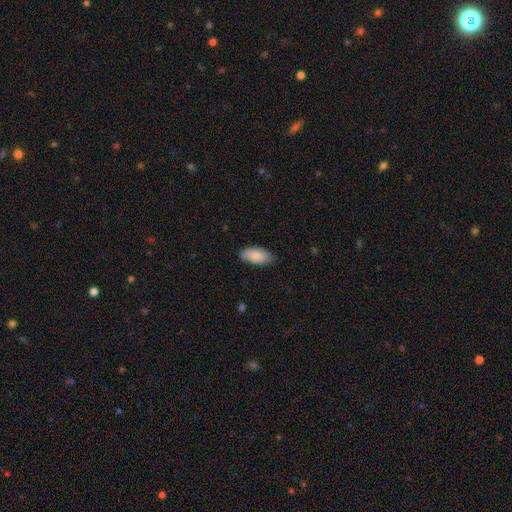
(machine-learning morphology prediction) Smooth or featured? Predicted: smooth (p=0.84). How rounded? Predicted: in between (p=0.91). Merging? Predicted: none (p=0.77).